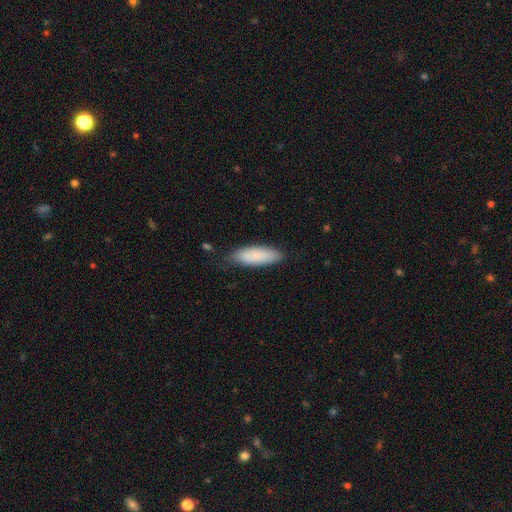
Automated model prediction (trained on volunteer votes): A smooth galaxy with no disk features (84%) that is in between round and cigar-shaped (63%). Merging: none (78%).